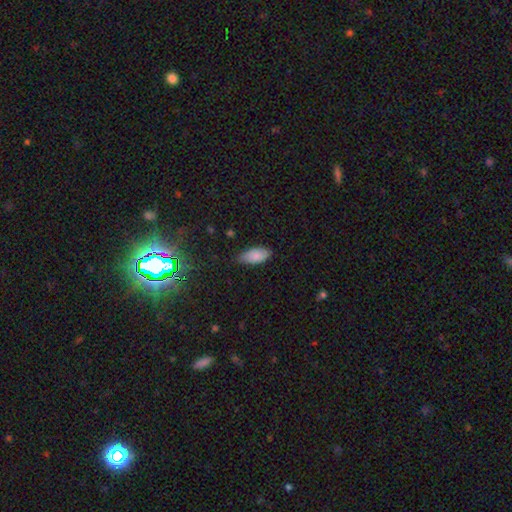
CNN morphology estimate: This appears to be a smooth galaxy with no disk features (84%) that is in between round and cigar-shaped (91%). Merging: none (68%).